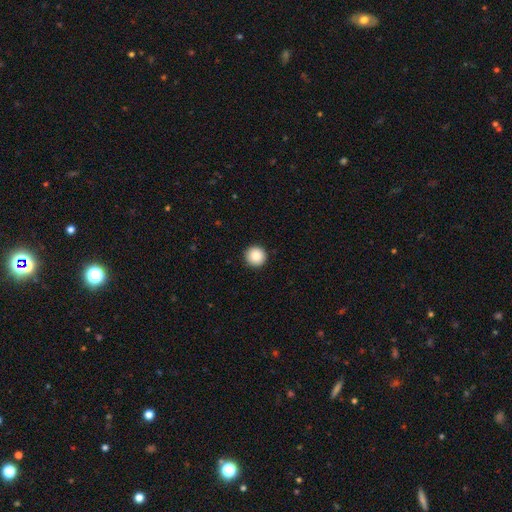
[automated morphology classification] Smooth or featured: smooth — 86% (star or artifact — 8%)
How rounded: round — 96% (in between — 3%)
Merging: none — 93% (minor disturbance — 5%)